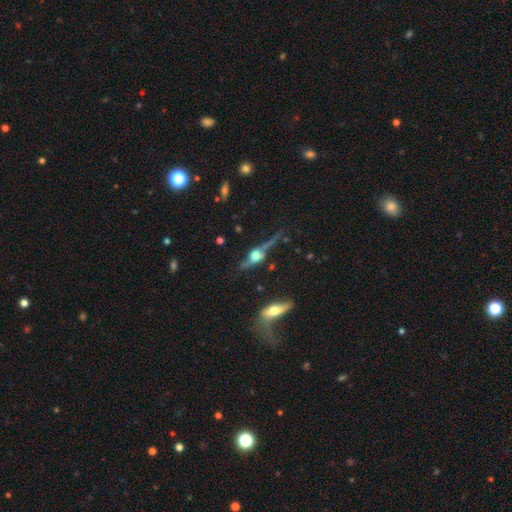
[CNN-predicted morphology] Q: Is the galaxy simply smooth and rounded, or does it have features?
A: featured or disk — 69%.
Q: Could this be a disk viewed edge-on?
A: yes — 84%.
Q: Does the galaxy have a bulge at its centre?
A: rounded — 93%.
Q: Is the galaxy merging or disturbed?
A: none — 55%.